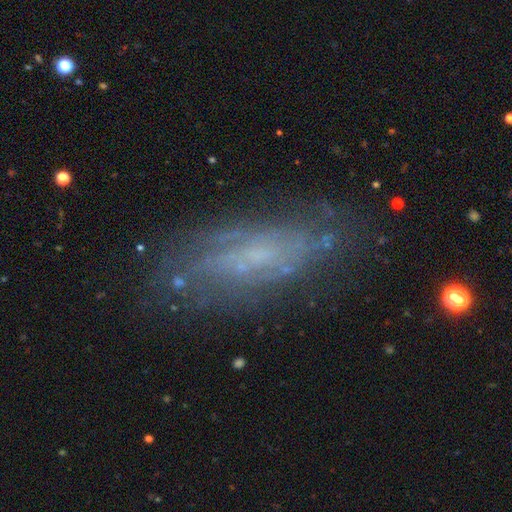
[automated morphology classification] Overall: featured or disk (58%; smooth 29%). Edge-on disk: no (75%). Merging: none (73%).